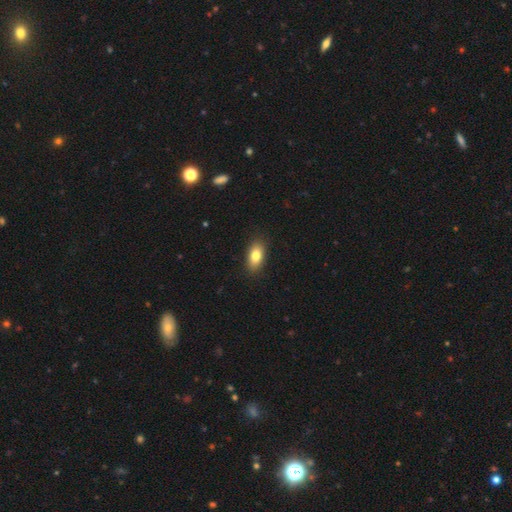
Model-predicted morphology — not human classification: Smooth or featured?
  - smooth: 80% *
  - featured or disk: 12%
  - star or artifact: 8%
How rounded?
  - in between: 88% *
  - round: 7%
  - cigar-shaped: 5%
Merging?
  - none: 88% *
  - minor disturbance: 9%
  - major disturbance: 2%
  - merger: 1%